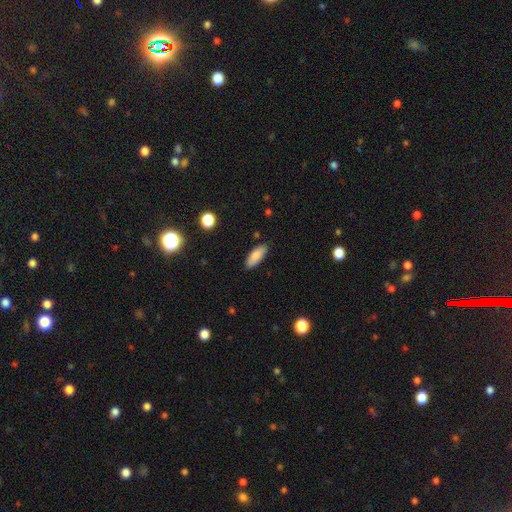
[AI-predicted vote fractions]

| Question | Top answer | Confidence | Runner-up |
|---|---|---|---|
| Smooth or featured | smooth | 85% | featured or disk (7%) |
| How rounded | in between | 77% | cigar-shaped (21%) |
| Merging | none | 87% | minor disturbance (10%) |